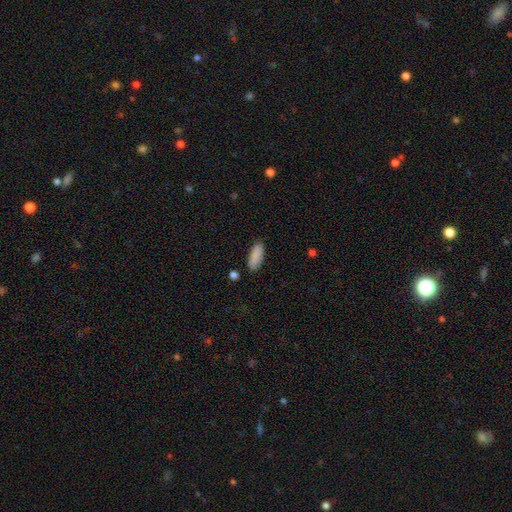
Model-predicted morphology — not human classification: type=smooth (89%); roundness=in between (68%); merging=none (86%).